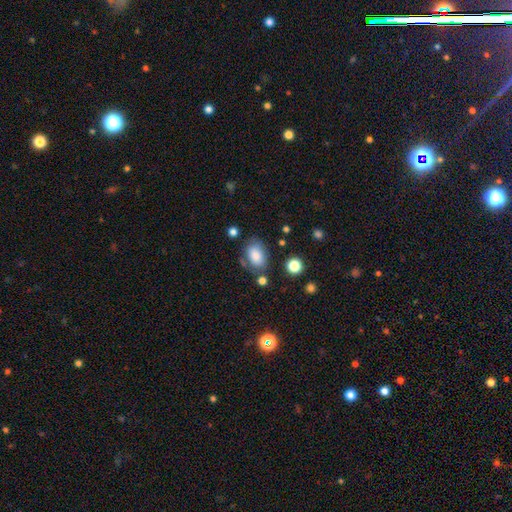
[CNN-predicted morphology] Smooth or featured?
  - smooth: 82% *
  - featured or disk: 10%
  - star or artifact: 8%
How rounded?
  - in between: 86% *
  - round: 13%
  - cigar-shaped: 1%
Merging?
  - none: 66% *
  - minor disturbance: 21%
  - major disturbance: 7%
  - merger: 7%